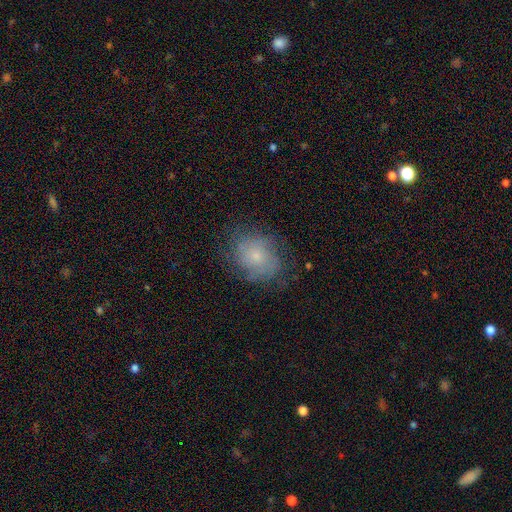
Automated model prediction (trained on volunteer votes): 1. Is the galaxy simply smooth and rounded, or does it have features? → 56% smooth, 34% featured or disk, 11% star or artifact.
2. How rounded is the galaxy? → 56% round, 43% in between, 1% cigar-shaped.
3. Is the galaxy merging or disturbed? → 70% none, 20% minor disturbance, 9% major disturbance, 1% merger.